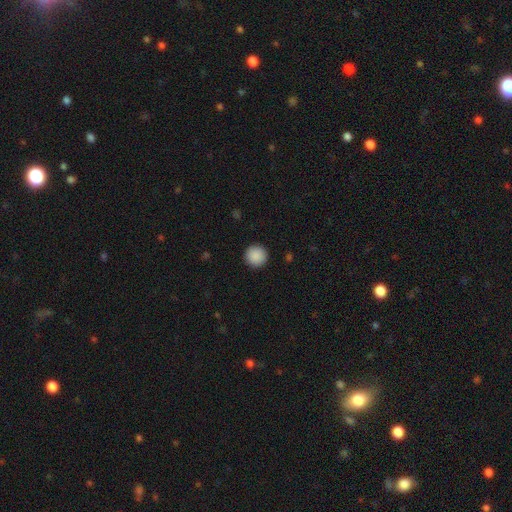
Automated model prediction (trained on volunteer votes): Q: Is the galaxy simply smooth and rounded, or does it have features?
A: smooth — 90%.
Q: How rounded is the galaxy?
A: round — 96%.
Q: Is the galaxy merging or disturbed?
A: none — 93%.